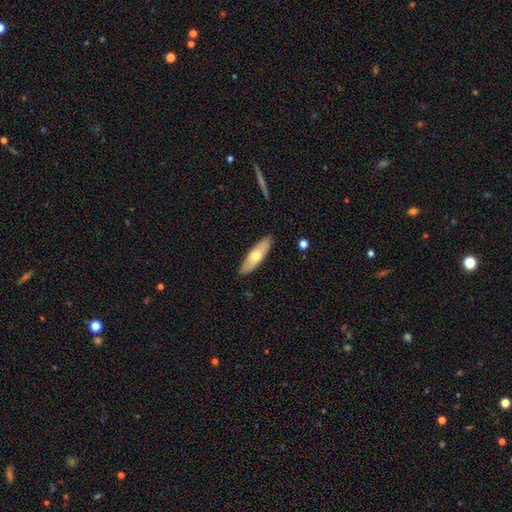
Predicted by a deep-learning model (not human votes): Smooth or featured: smooth — 59% (featured or disk — 35%)
How rounded: in between — 49% (tied with cigar-shaped — 49%)
Merging: none — 88% (minor disturbance — 9%)